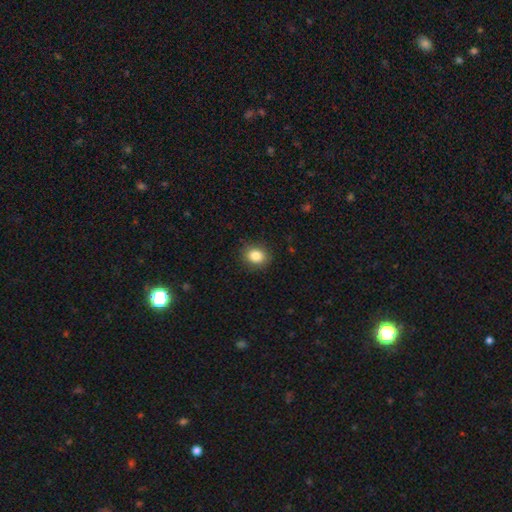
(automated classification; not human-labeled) Overall: smooth (85%). How rounded: round (55%; in between 44%). Merging: none (88%).